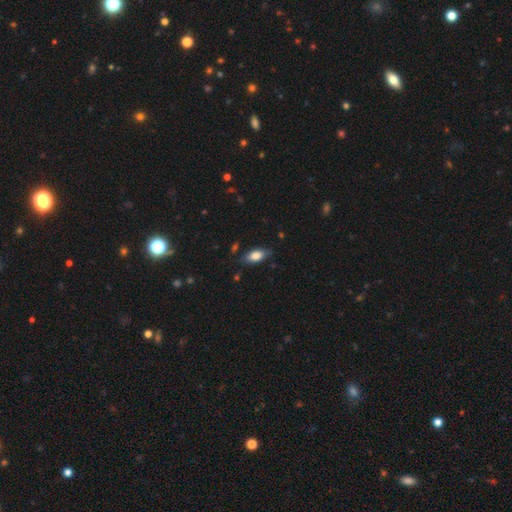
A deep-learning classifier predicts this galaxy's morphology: This appears to be a smooth galaxy with no disk features (78%) that is in between round and cigar-shaped (87%). Merging: none (79%).